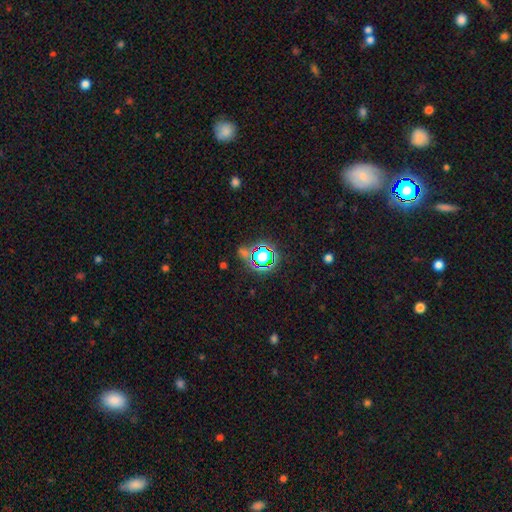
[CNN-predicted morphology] A star or artifact, not a galaxy (77%).